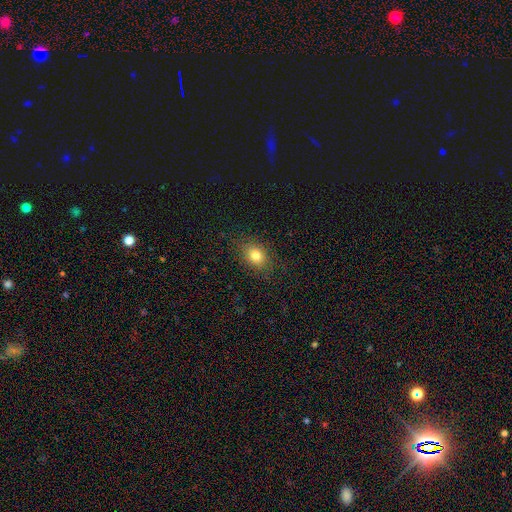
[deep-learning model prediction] A smooth galaxy with no disk features (79%) that is in between round and cigar-shaped (52%). Merging: none (85%).